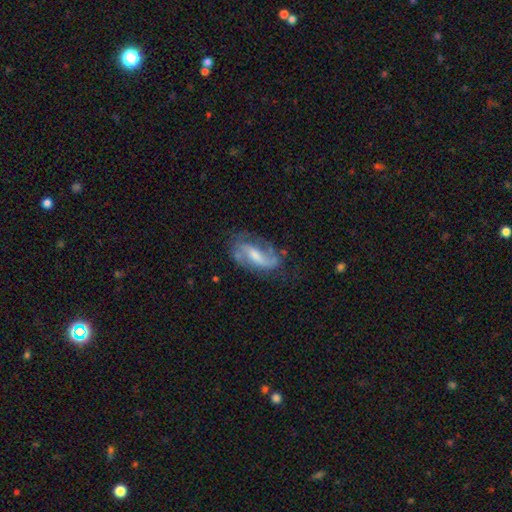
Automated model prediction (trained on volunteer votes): Morphology: type=featured or disk (74%); edge-on=no (93%); bar=weak (45%); spiral arms=yes (89%); winding=loose (47%); arm count=2 (80%); bulge=moderate (44%); merging=none (59%).